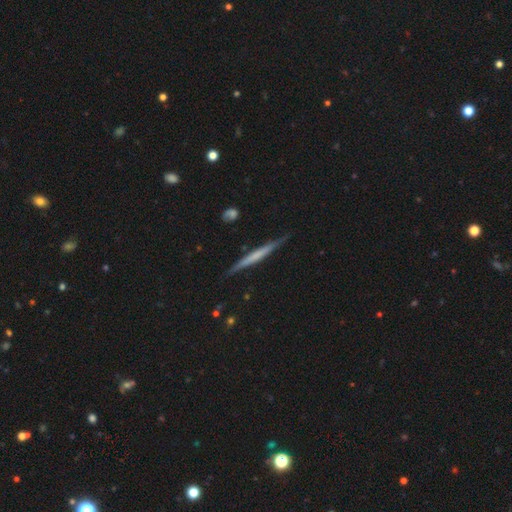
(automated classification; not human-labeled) A featured or disk galaxy (55%) viewed edge-on (96%) with no central bulge (70%). Merging: none (84%).